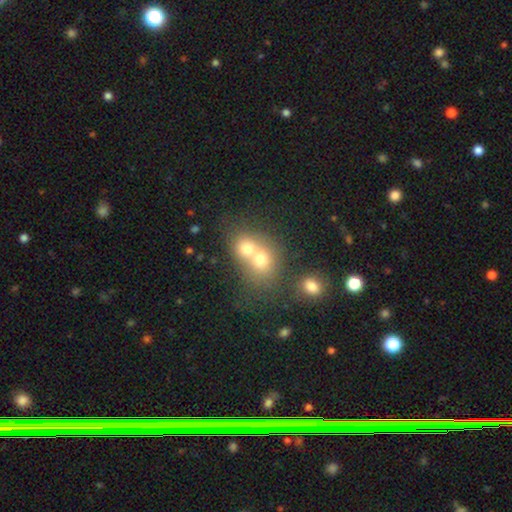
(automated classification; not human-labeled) Overall: smooth (65%). How rounded: round (68%; in between 31%). Merging: merger (71%).